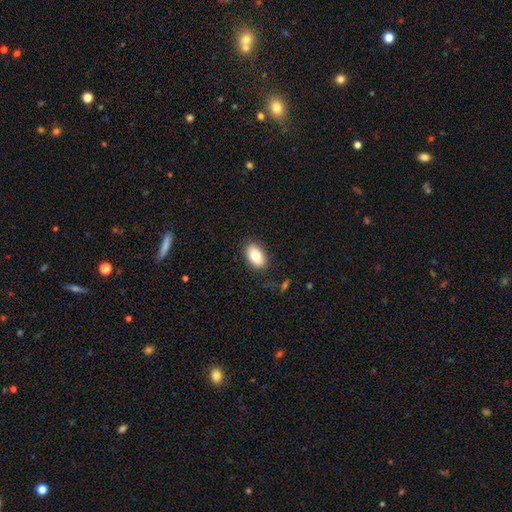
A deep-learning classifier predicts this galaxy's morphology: A smooth galaxy with no disk features (80%) that is in between round and cigar-shaped (91%). Merging: none (86%).